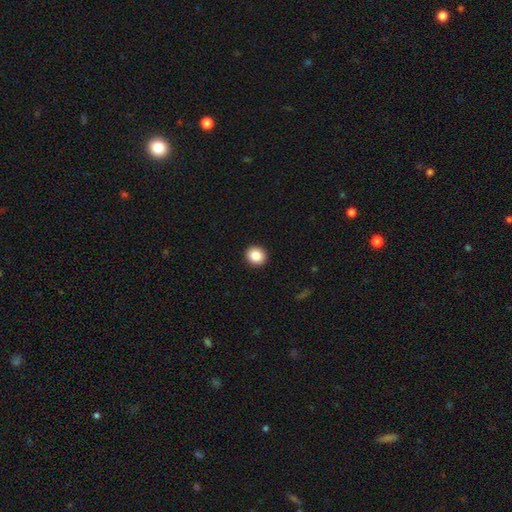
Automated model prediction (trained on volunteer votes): This is clearly a smooth galaxy (86%). How rounded: clearly round (84%). Merging: clearly none (93%).